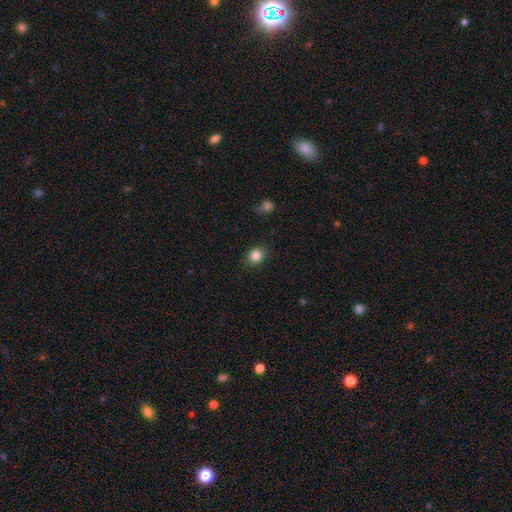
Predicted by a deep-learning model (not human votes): Smooth or featured? Predicted: smooth (p=0.84). How rounded? Predicted: round (p=0.63). Merging? Predicted: none (p=0.86).